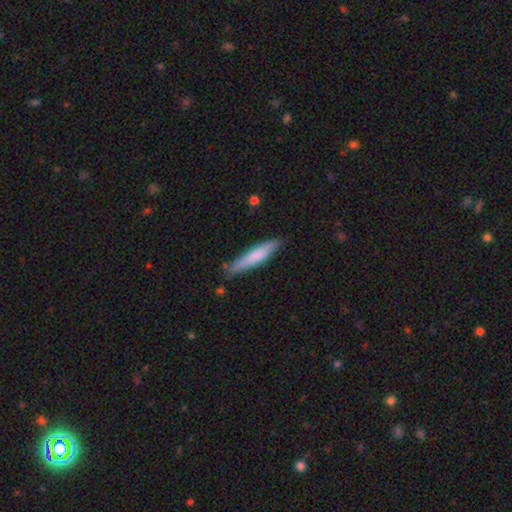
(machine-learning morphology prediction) A smooth galaxy with no disk features (71%) that is cigar-shaped (89%). Merging: none (79%).